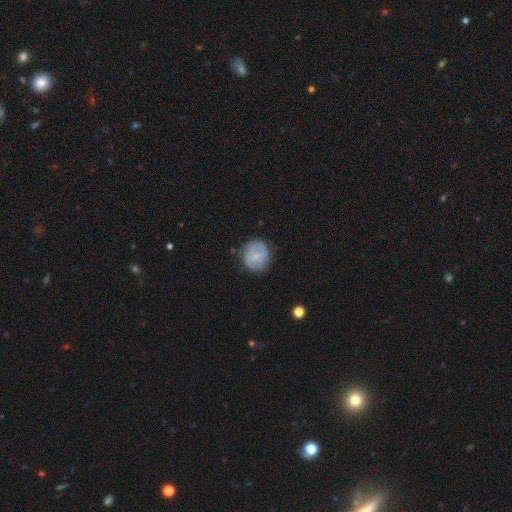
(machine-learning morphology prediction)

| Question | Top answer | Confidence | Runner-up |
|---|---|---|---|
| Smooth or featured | smooth | 52% | featured or disk (41%) |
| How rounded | round | 89% | in between (10%) |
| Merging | none | 75% | minor disturbance (18%) |